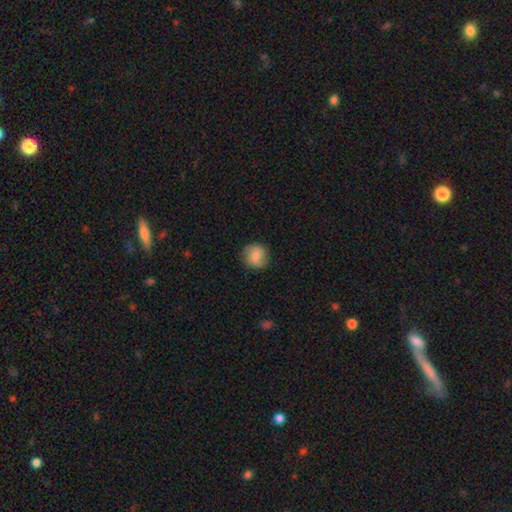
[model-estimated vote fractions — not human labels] Smooth or featured? smooth (78%)
How rounded? round (89%)
Merging? none (83%)